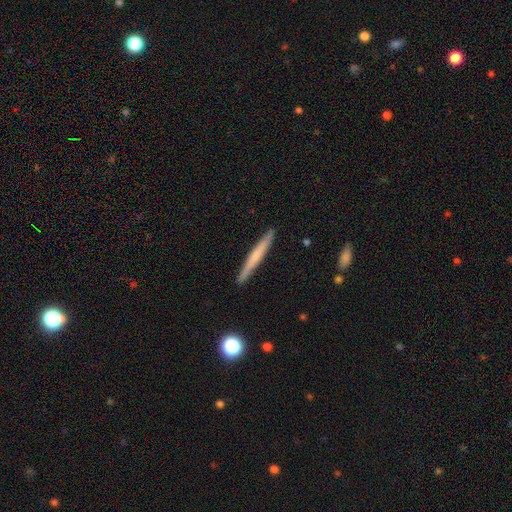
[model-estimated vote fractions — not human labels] smooth_or_featured: smooth (p=0.53) [alt: featured or disk p=0.41]
how_rounded: cigar-shaped (p=0.97) [alt: in between p=0.02]
merging: none (p=0.91) [alt: minor disturbance p=0.07]